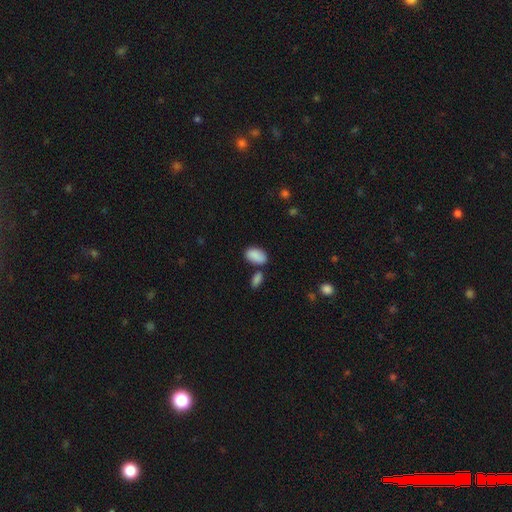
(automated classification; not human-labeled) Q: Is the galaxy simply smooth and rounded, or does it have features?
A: smooth — 89%.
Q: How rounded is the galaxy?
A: in between — 94%.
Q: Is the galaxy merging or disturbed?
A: none — 67%.